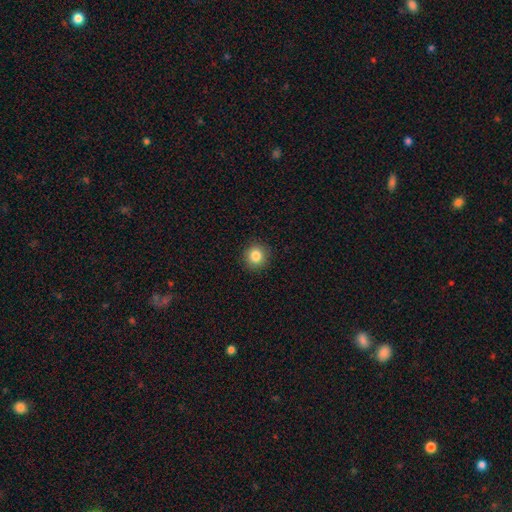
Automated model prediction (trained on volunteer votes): smooth_or_featured: smooth (p=0.84) [alt: star or artifact p=0.10]
how_rounded: round (p=0.91) [alt: in between p=0.08]
merging: none (p=0.91) [alt: minor disturbance p=0.06]